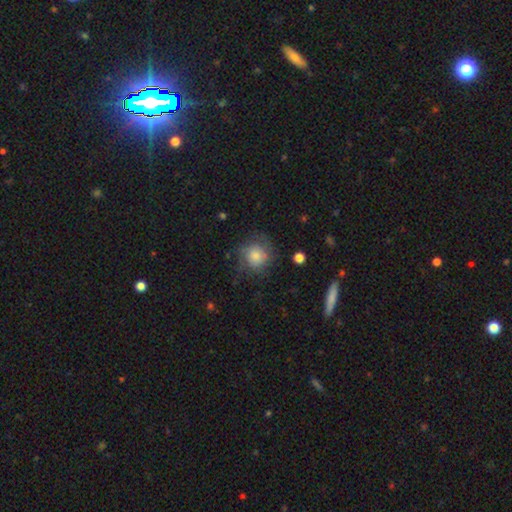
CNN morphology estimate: Smooth or featured? Predicted: smooth (p=0.57). How rounded? Predicted: round (p=0.87). Merging? Predicted: none (p=0.63).